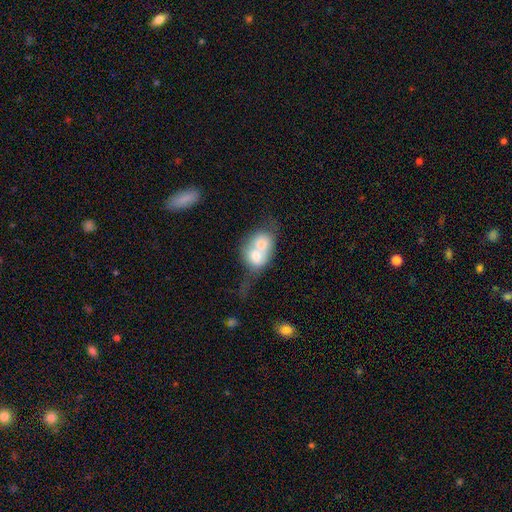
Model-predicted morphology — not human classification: A smooth galaxy with no disk features (62%) that is in between round and cigar-shaped (52%). Merging: merger (76%).